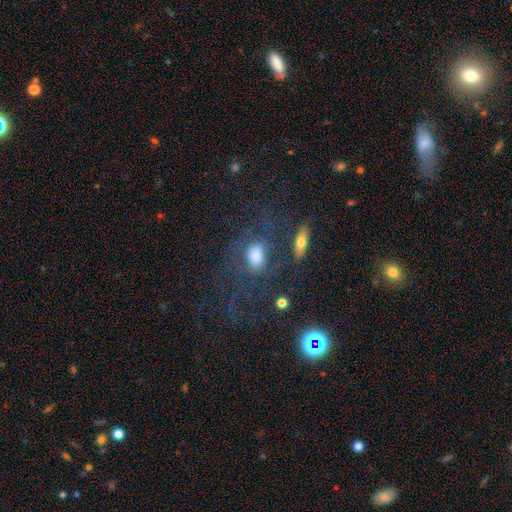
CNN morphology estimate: type=smooth (58%); roundness=in between (67%); merging=none (57%).